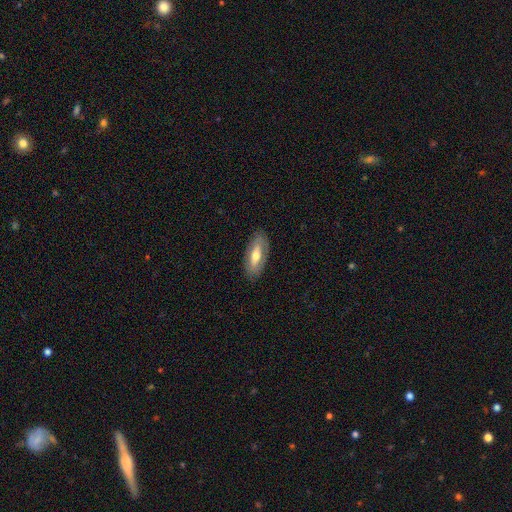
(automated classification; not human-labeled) smooth_or_featured: smooth (p=0.51) [alt: featured or disk p=0.42]
how_rounded: in between (p=0.78) [alt: cigar-shaped p=0.19]
merging: none (p=0.84) [alt: minor disturbance p=0.12]